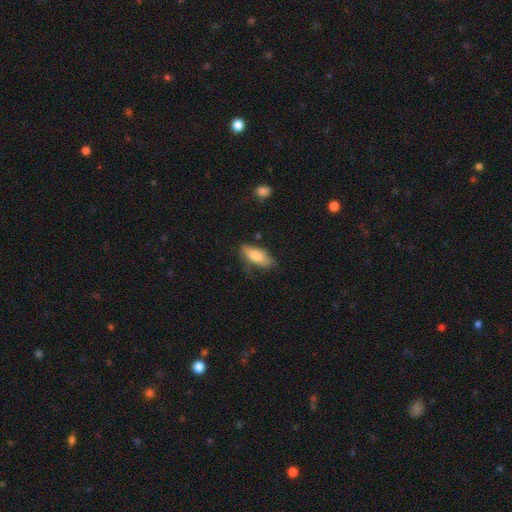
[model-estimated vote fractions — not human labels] The model was most divided on "merging": none: 65%, minor disturbance: 26%, major disturbance: 6%, merger: 3%. More confident: smooth or featured — smooth (79%); how rounded — in between (73%).